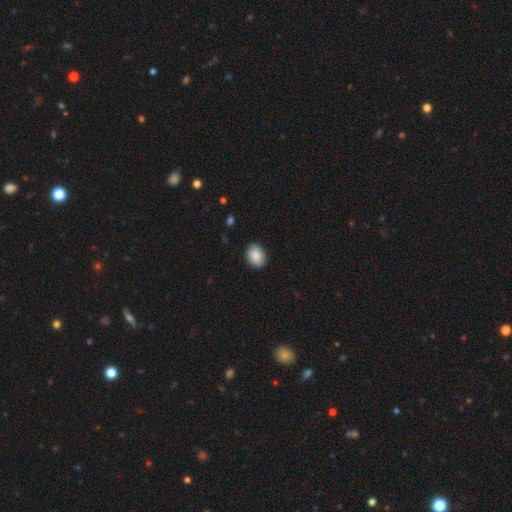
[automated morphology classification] A smooth galaxy with no disk features (88%) that is in between round and cigar-shaped (58%).

Vote fractions:
- Smooth or featured? smooth: 88% / star or artifact: 7% / featured or disk: 5%
- How rounded? in between: 58% / round: 41% / cigar-shaped: 1%
- Merging? none: 87% / minor disturbance: 10% / major disturbance: 2% / merger: 1%